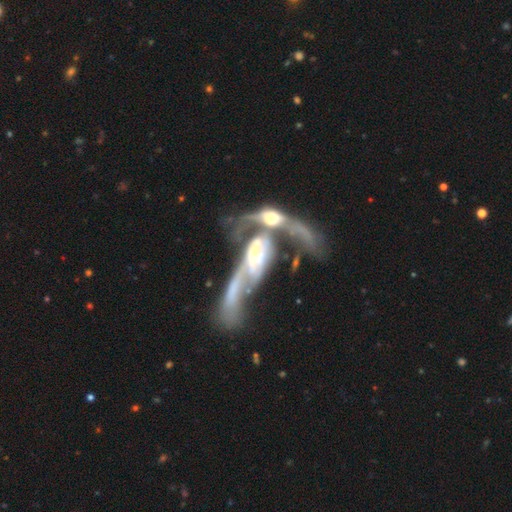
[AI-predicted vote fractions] Smooth or featured? featured or disk (77%)
Edge-on disk? no (63%)
Merging? merger (68%)